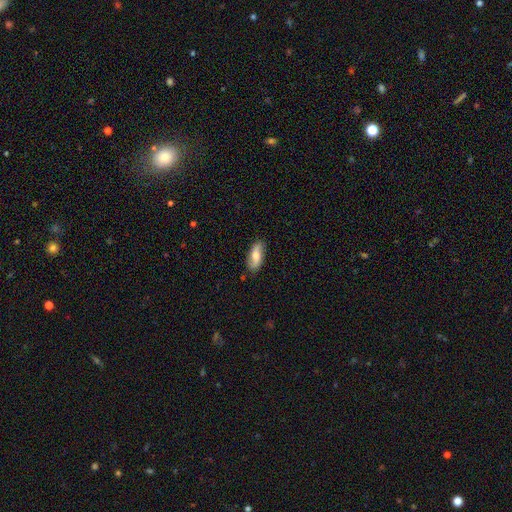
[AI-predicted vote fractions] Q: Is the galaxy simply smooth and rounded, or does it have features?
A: smooth — 57%.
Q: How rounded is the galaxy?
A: in between — 79%.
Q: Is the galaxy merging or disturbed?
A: none — 82%.